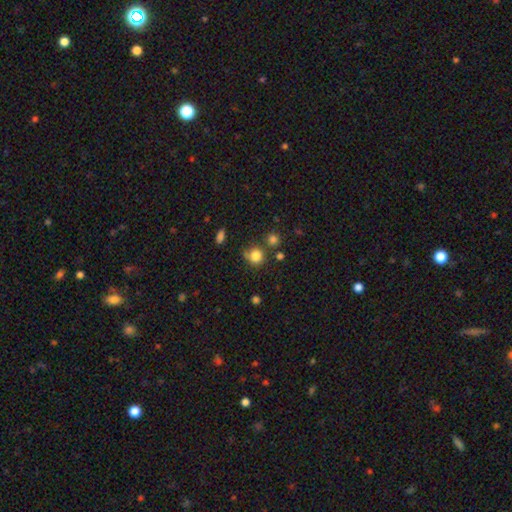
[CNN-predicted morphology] Smooth or featured: smooth — 82% (star or artifact — 12%)
How rounded: round — 88% (in between — 11%)
Merging: none — 69% (minor disturbance — 15%)